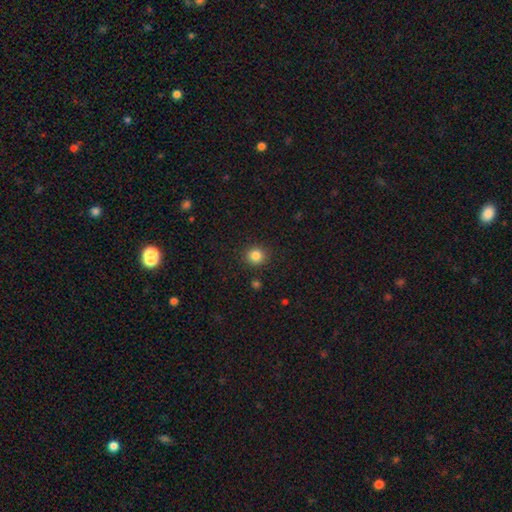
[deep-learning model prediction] This is clearly a smooth galaxy (84%). How rounded: clearly round (90%). Merging: clearly none (90%).